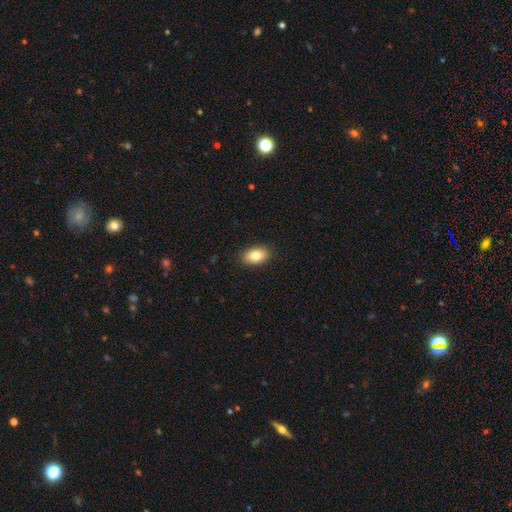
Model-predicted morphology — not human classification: type=smooth (84%); roundness=in between (90%); merging=none (89%).